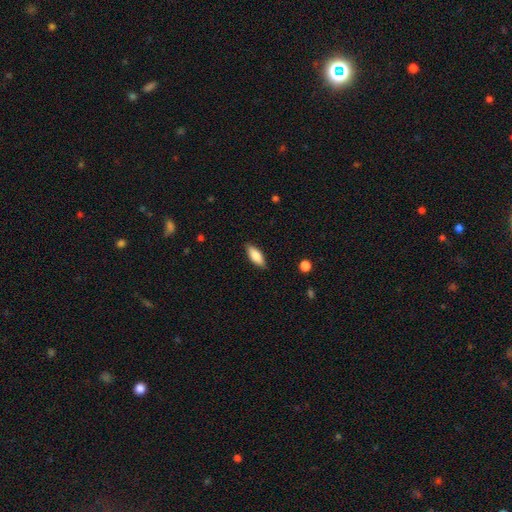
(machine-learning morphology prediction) Q: Smooth or featured?
A: smooth (81%); runner-up: featured or disk (13%)
Q: How rounded?
A: in between (74%); runner-up: cigar-shaped (23%)
Q: Merging?
A: none (87%); runner-up: minor disturbance (10%)